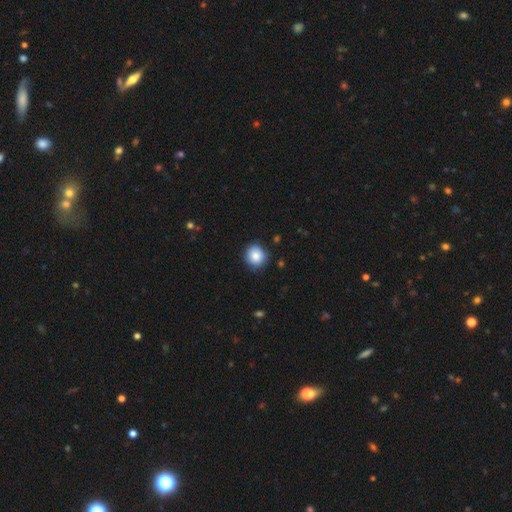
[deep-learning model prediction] A smooth galaxy with no disk features (85%) that is round (89%).

Vote fractions:
- Smooth or featured? smooth: 85% / star or artifact: 9% / featured or disk: 6%
- How rounded? round: 89% / in between: 10% / cigar-shaped: 1%
- Merging? none: 86% / minor disturbance: 10% / major disturbance: 2% / merger: 1%